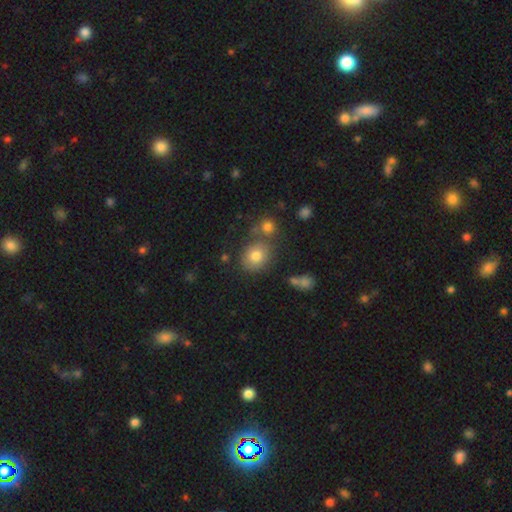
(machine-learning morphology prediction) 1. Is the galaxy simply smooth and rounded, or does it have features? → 77% smooth, 12% star or artifact, 12% featured or disk.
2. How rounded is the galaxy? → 65% round, 34% in between, 1% cigar-shaped.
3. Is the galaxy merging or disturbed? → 67% none, 16% merger, 13% minor disturbance, 5% major disturbance.